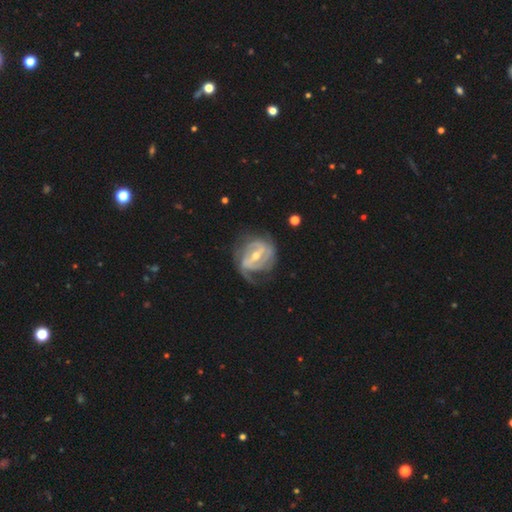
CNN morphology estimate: smooth-or-featured: featured or disk: 87% | smooth: 7% | star or artifact: 6%
  disk-edge-on: no: 96% | yes: 4%
    bar: strong: 52% | weak: 36% | no: 12%
    has-spiral-arms: yes: 93% | no: 7%
      spiral-winding: tight: 52% | medium: 36% | loose: 13%
      spiral-arm-count: 2: 44% | can't tell: 22% | 3: 19% | 1: 6% | 4: 5% | more than 4: 4%
    bulge-size: moderate: 55% | small: 41% | large: 2% | none: 1% | dominant: 1%
  merging: none: 62% | minor disturbance: 21% | major disturbance: 15% | merger: 2%